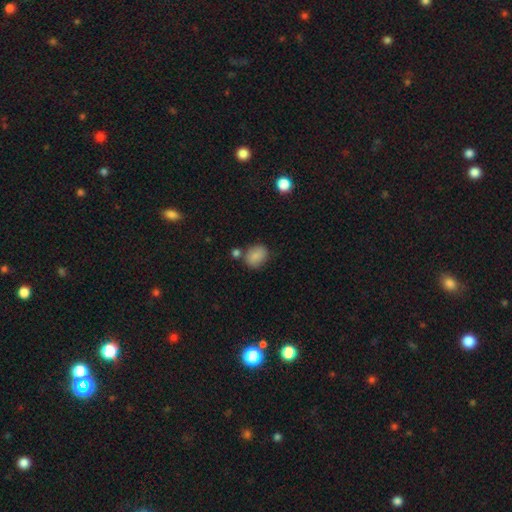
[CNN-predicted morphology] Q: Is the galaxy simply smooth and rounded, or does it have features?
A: smooth — 85%.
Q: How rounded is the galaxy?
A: in between — 55%.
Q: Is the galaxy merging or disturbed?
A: none — 66%.